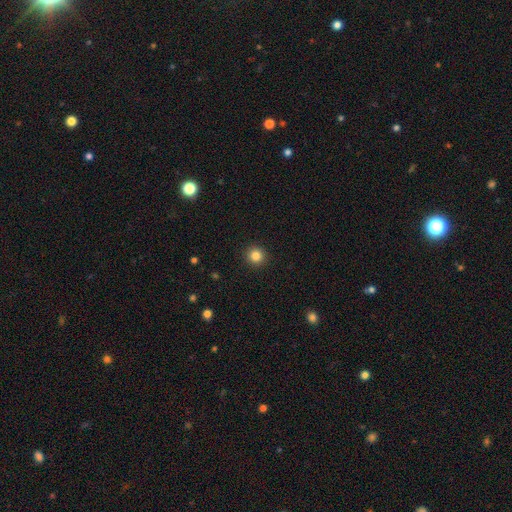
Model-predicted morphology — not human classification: This is clearly a smooth galaxy (84%). How rounded: clearly round (94%). Merging: clearly none (93%).